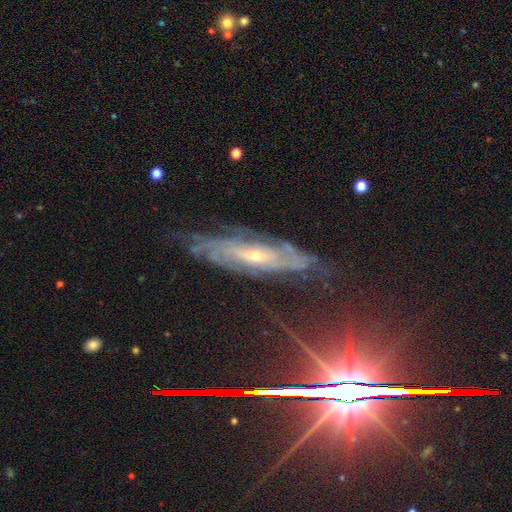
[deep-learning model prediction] This is likely a featured or disk galaxy (76%). It is likely not viewed edge-on (74%). Bar: possibly no (55%). Spiral arm pattern: clearly yes (93%). Spiral arm count: possibly can't tell (54%). Spiral winding: likely tight (67%). Central bulge: likely small (68%). Merging: likely none (75%).